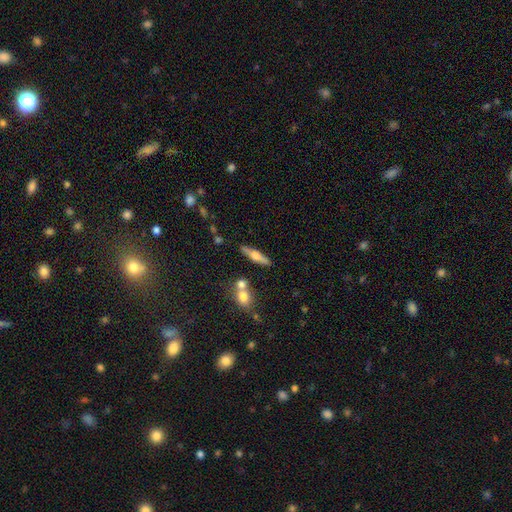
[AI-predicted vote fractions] This appears to be a featured or disk galaxy (55%) viewed edge-on (94%) with a rounded central bulge (87%). Merging: none (79%).